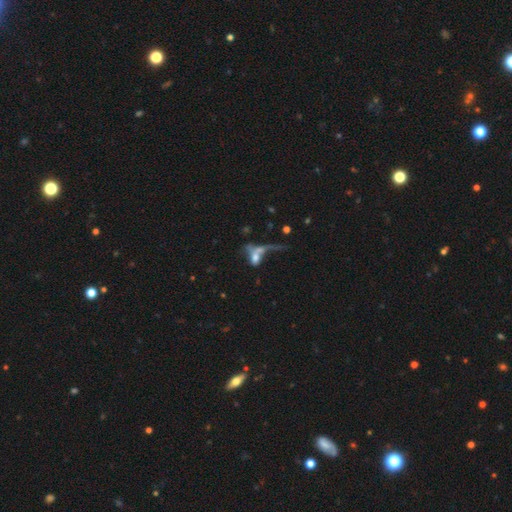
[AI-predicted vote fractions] smooth-or-featured: smooth: 47% | featured or disk: 38% | star or artifact: 15%
  merging: merger: 41% | major disturbance: 33% | none: 17% | minor disturbance: 9%